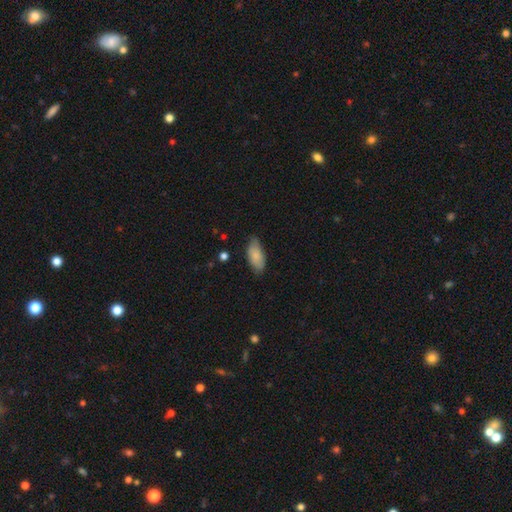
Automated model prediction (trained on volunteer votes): smooth 83%, featured or disk 10%, star or artifact 6%. Down the decision tree: how rounded — in between (90%); merging — none (70%).